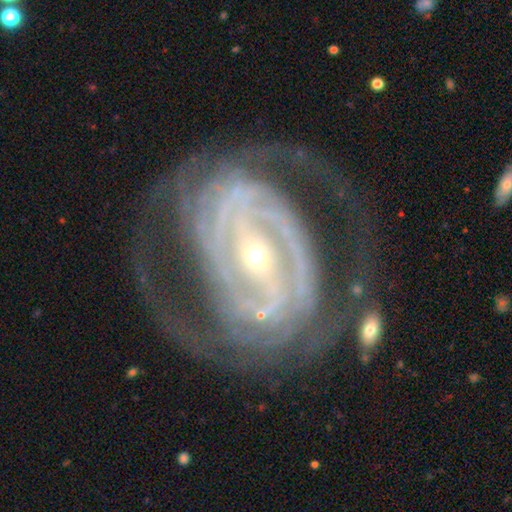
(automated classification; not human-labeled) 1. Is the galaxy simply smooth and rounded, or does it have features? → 91% featured or disk, 5% star or artifact, 4% smooth.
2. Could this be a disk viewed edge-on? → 96% no, 4% yes.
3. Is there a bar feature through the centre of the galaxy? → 58% strong, 27% weak, 15% no.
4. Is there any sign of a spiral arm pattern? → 97% yes, 3% no.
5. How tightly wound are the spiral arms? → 60% tight, 31% medium, 8% loose.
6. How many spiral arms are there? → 42% 2, 20% can't tell, 15% 3, 11% 4, 7% more than 4, 6% 1.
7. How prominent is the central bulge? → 80% small, 16% moderate, 2% large, 1% dominant, 1% none.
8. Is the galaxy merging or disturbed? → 63% none, 18% major disturbance, 16% minor disturbance, 2% merger.